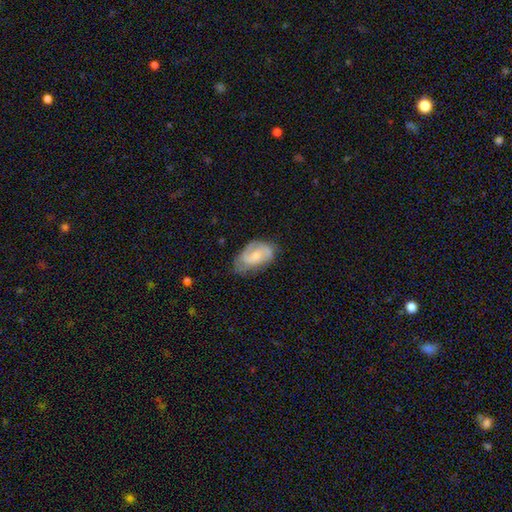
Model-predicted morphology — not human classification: type=featured or disk (62%); edge-on=no (96%); bar=no (57%); spiral arms=yes (88%); winding=medium (45%); arm count=2 (62%); bulge=small (42%); merging=none (58%).